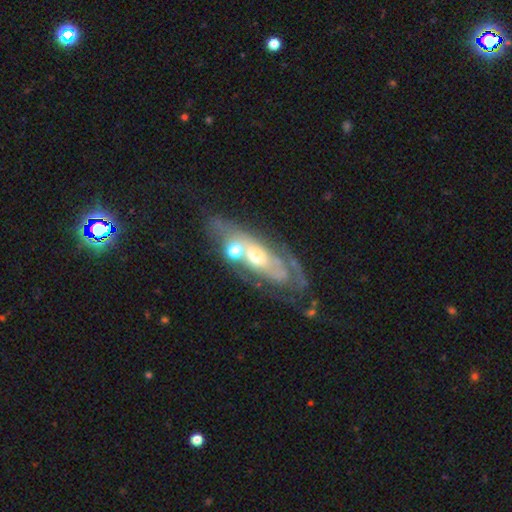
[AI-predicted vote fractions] Smooth or featured? Predicted: featured or disk (p=0.72). Edge-on disk? Predicted: no (p=0.79). Bar? Predicted: no (p=0.77). Spiral arms? Predicted: yes (p=0.56). Bulge size? Predicted: moderate (p=0.65). Merging? Predicted: none (p=0.54).